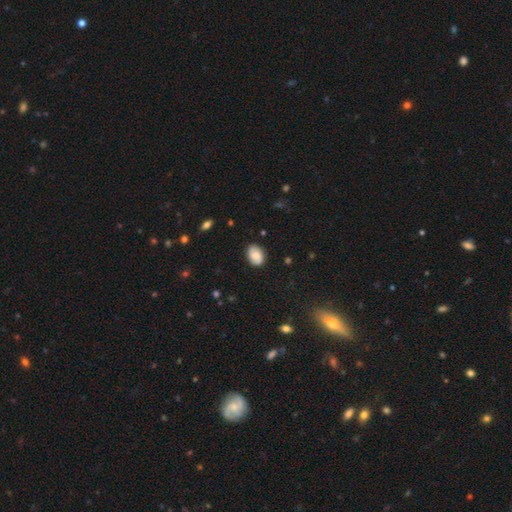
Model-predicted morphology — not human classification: Overall: smooth (76%). How rounded: in between (77%). Merging: none (83%).